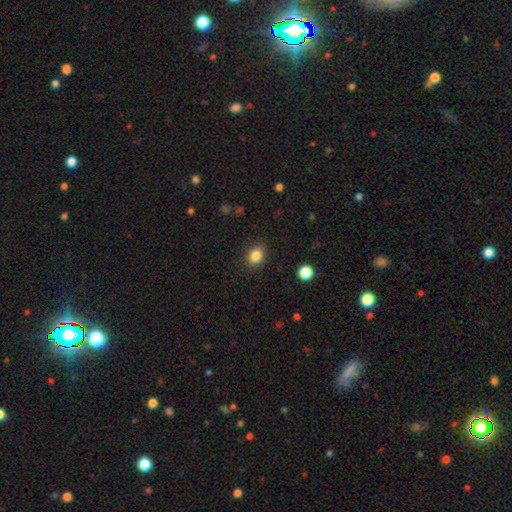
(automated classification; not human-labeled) Morphology: type=smooth (84%); roundness=round (55%); merging=none (86%).